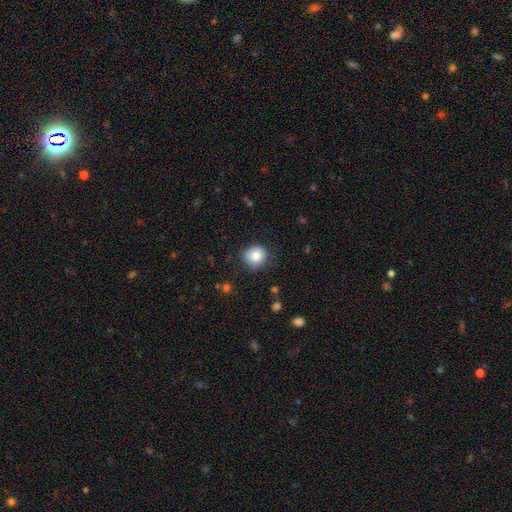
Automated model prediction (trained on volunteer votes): Smooth or featured: smooth — 83% (star or artifact — 10%)
How rounded: round — 88% (in between — 11%)
Merging: none — 83% (minor disturbance — 13%)